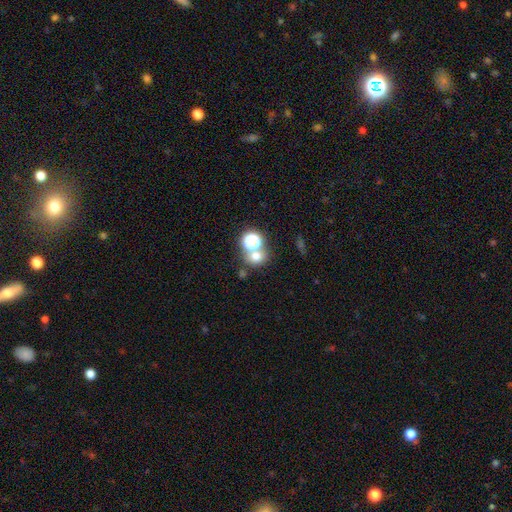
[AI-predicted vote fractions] Morphology: type=smooth (65%); roundness=round (74%); merging=none (57%).